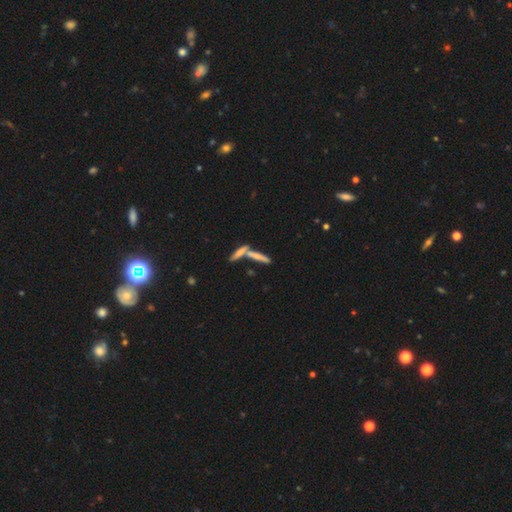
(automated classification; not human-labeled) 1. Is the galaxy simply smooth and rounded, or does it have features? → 54% smooth, 36% featured or disk, 10% star or artifact.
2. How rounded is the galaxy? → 86% cigar-shaped, 12% in between, 3% round.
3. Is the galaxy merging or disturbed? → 48% none, 40% merger, 8% minor disturbance, 4% major disturbance.